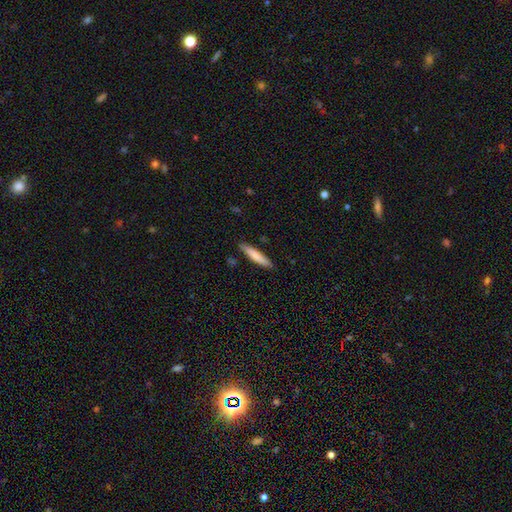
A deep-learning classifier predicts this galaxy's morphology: smooth_or_featured: smooth (p=0.75) [alt: featured or disk p=0.19]
how_rounded: cigar-shaped (p=0.90) [alt: in between p=0.09]
merging: none (p=0.87) [alt: minor disturbance p=0.10]